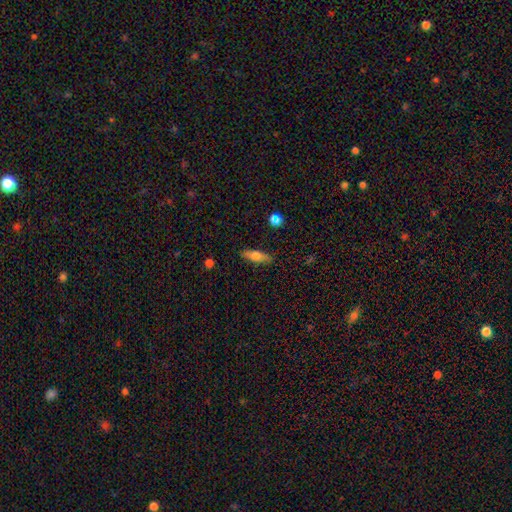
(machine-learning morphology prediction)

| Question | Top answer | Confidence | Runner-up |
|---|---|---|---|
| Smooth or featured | smooth | 65% | featured or disk (27%) |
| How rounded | in between | 50% | cigar-shaped (47%) |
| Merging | none | 86% | minor disturbance (10%) |